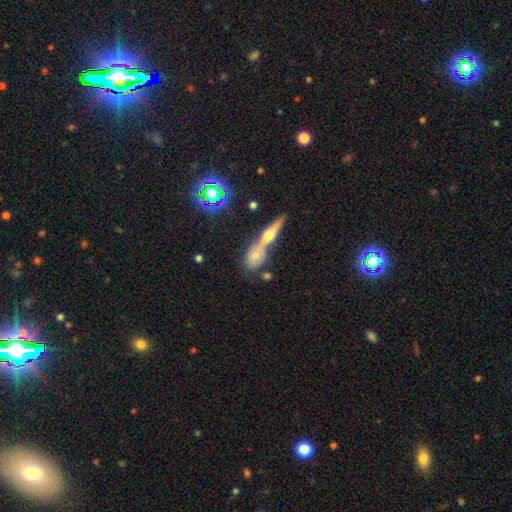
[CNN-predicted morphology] This appears to be a smooth galaxy with no disk features (48%). Merging: none (47%).